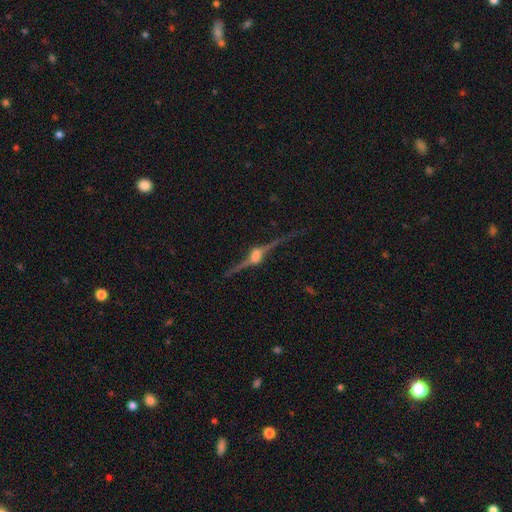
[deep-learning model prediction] Q: Smooth or featured?
A: featured or disk (88%); runner-up: star or artifact (7%)
Q: Edge-on disk?
A: yes (97%); runner-up: no (3%)
Q: Edge-on bulge?
A: rounded (93%); runner-up: boxy (5%)
Q: Merging?
A: none (84%); runner-up: minor disturbance (11%)